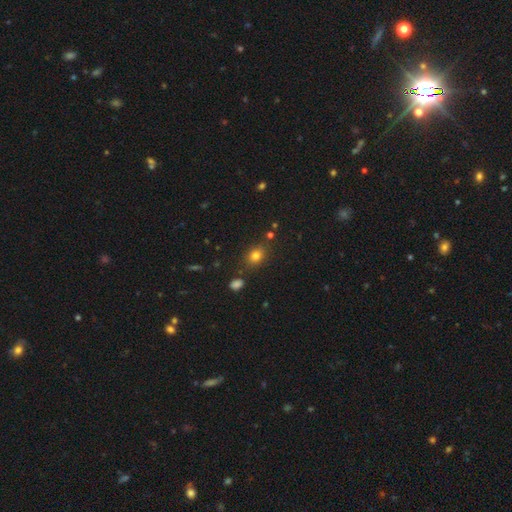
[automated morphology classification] This is likely a smooth galaxy (78%). How rounded: possibly in between (53%). Merging: likely none (79%).